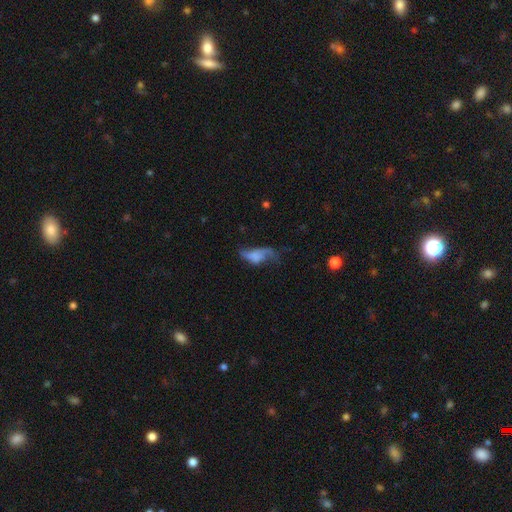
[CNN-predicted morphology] The model was most divided on "smooth or featured": featured or disk: 47%, smooth: 42%, star or artifact: 12%. Remaining: merging — major disturbance (44%).